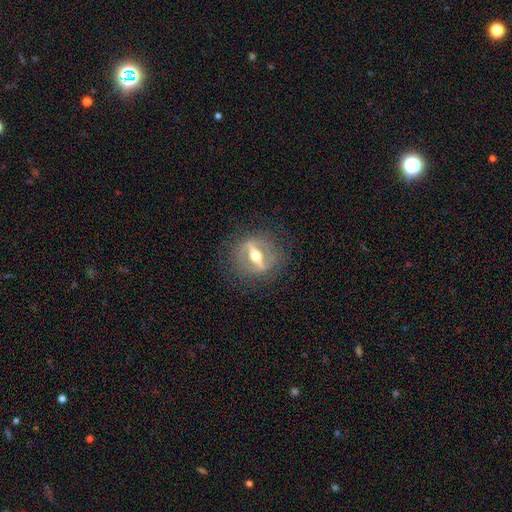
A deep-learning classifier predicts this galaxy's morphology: featured or disk 84%, smooth 10%, star or artifact 6%. Down the decision tree: edge-on disk — no (57%); merging — none (80%).